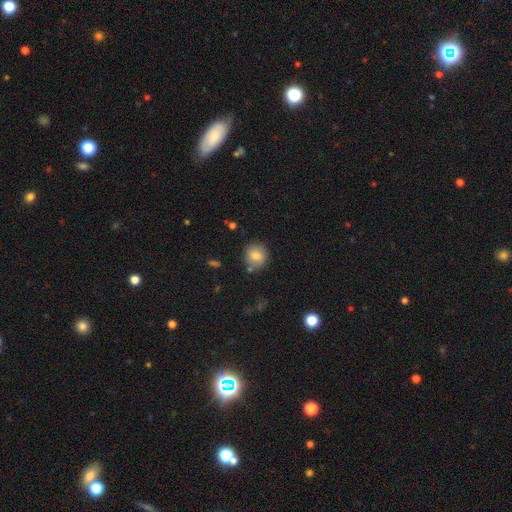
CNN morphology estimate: smooth-or-featured: smooth: 79% | featured or disk: 11% | star or artifact: 9%
  how-rounded: round: 86% | in between: 13% | cigar-shaped: 1%
  merging: none: 82% | minor disturbance: 11% | merger: 4% | major disturbance: 3%